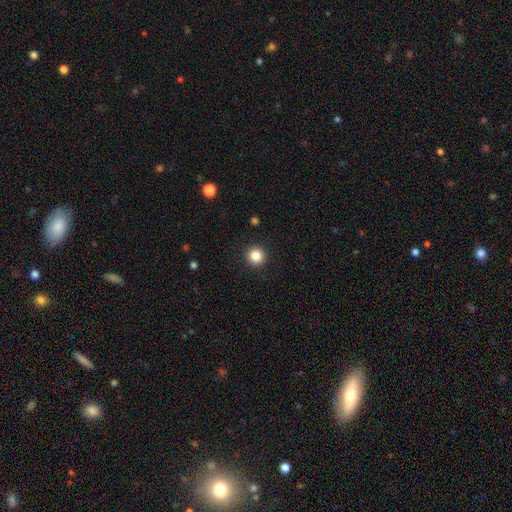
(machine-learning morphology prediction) smooth-or-featured: smooth: 85% | star or artifact: 11% | featured or disk: 4%
  how-rounded: round: 96% | in between: 3% | cigar-shaped: 1%
  merging: none: 93% | minor disturbance: 4% | major disturbance: 2% | merger: 1%